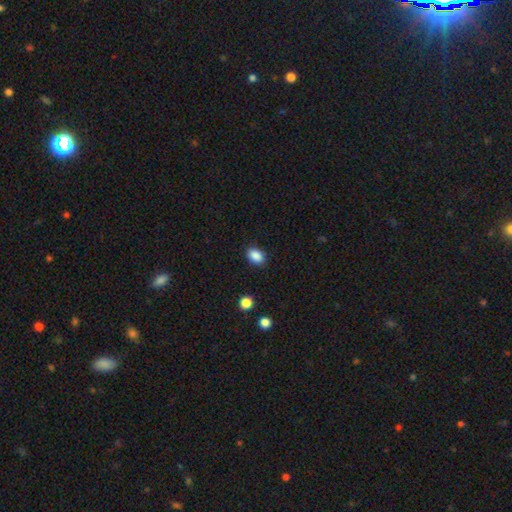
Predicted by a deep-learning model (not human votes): The model was most divided on "how rounded": in between: 81%, round: 18%, cigar-shaped: 1%. More confident: smooth or featured — smooth (88%); merging — none (88%).